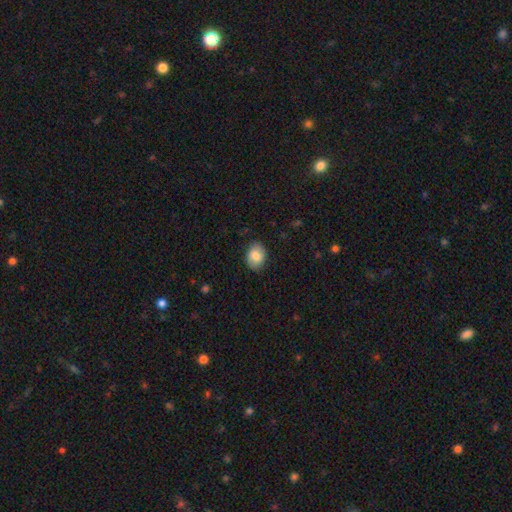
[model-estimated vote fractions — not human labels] Smooth or featured: smooth — 83% (featured or disk — 10%)
How rounded: in between — 67% (round — 32%)
Merging: none — 84% (minor disturbance — 12%)